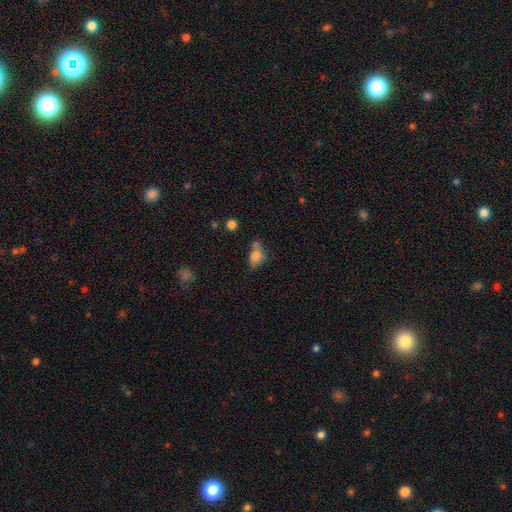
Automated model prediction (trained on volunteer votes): Smooth or featured?
  - smooth: 76% *
  - featured or disk: 13%
  - star or artifact: 11%
How rounded?
  - in between: 75% *
  - round: 20%
  - cigar-shaped: 5%
Merging?
  - none: 43% *
  - merger: 24%
  - minor disturbance: 24%
  - major disturbance: 9%